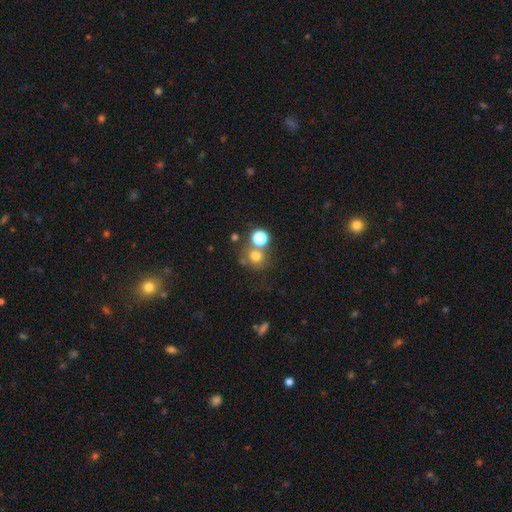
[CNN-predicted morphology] Overall: smooth (70%). How rounded: round (86%). Merging: none (61%; merger 25%).